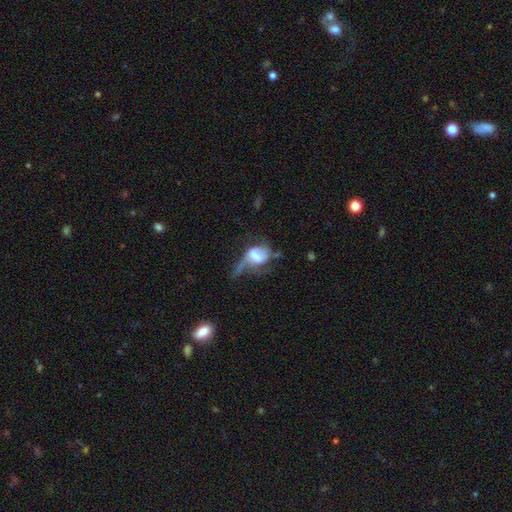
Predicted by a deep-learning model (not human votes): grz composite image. It shows a featured or disk galaxy (50%). Merging: major disturbance (49%).